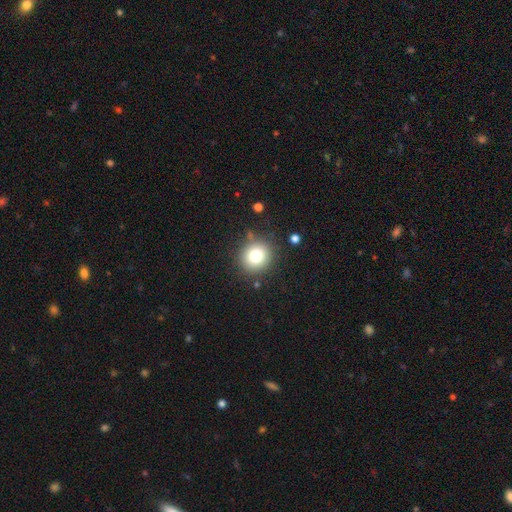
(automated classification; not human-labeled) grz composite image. It shows a smooth galaxy with no disk features (78%) that is round (87%). Merging: none (85%).